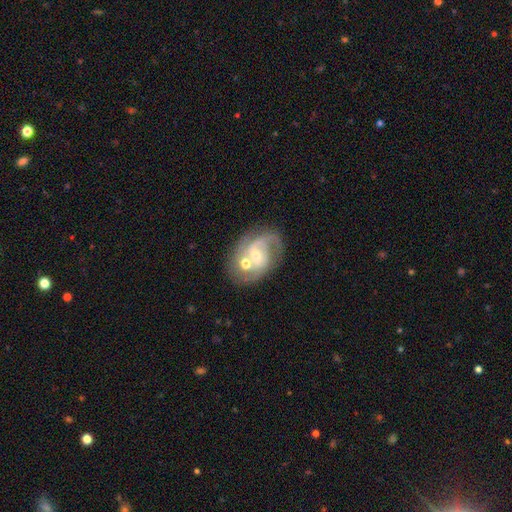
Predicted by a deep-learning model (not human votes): featured or disk 78%, smooth 15%, star or artifact 7%. Down the decision tree: edge-on disk — no (97%); bar — no (45%); spiral arms — yes (87%); spiral arm count — 2 (58%); spiral winding — medium (48%); bulge size — moderate (56%); merging — none (41%).